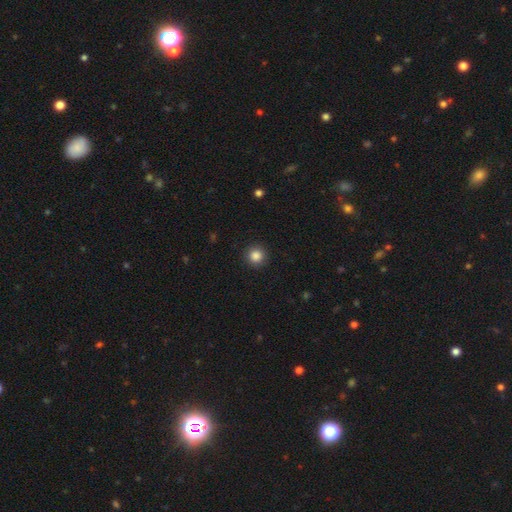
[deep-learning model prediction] A smooth galaxy with no disk features (85%) that is round (95%).

Vote fractions:
- Smooth or featured? smooth: 85% / star or artifact: 10% / featured or disk: 4%
- How rounded? round: 95% / in between: 5% / cigar-shaped: 1%
- Merging? none: 91% / minor disturbance: 6% / major disturbance: 2% / merger: 1%